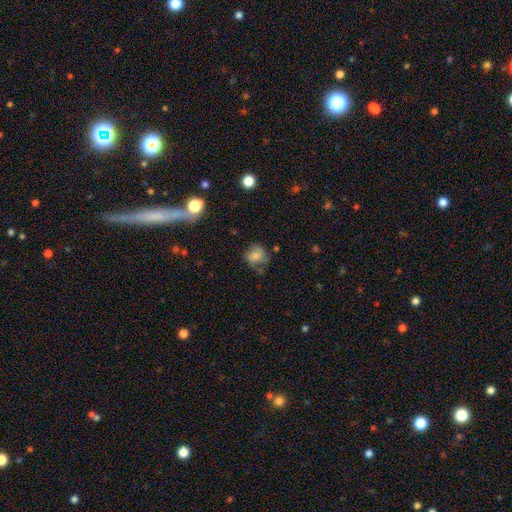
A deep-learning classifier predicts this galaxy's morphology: This appears to be a smooth galaxy with no disk features (69%) that is round (78%). Merging: none (58%).